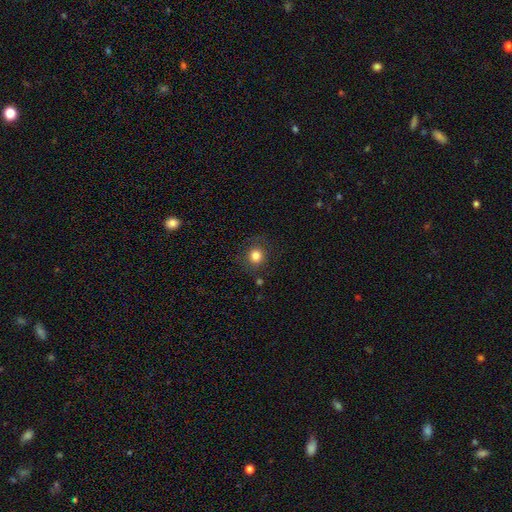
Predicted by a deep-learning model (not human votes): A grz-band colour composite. It shows a smooth galaxy with no disk features (82%) that is round (88%). Merging: none (84%).